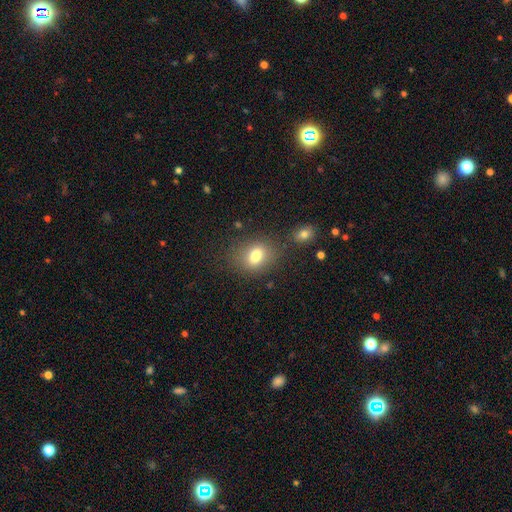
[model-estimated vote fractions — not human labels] Smooth or featured? smooth (78%)
How rounded? in between (61%)
Merging? none (72%)